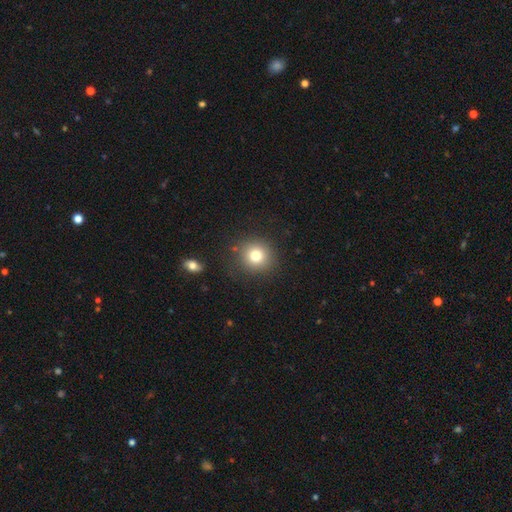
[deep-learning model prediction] smooth_or_featured: smooth (p=0.78) [alt: star or artifact p=0.13]
how_rounded: round (p=0.92) [alt: in between p=0.07]
merging: none (p=0.86) [alt: minor disturbance p=0.08]